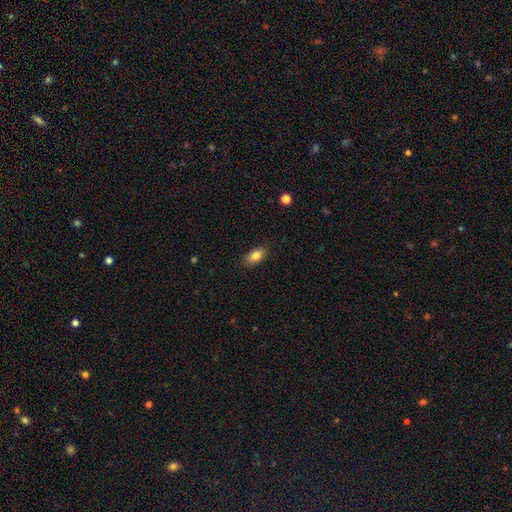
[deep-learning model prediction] This appears to be a smooth galaxy with no disk features (85%) that is in between round and cigar-shaped (90%). Merging: none (85%).